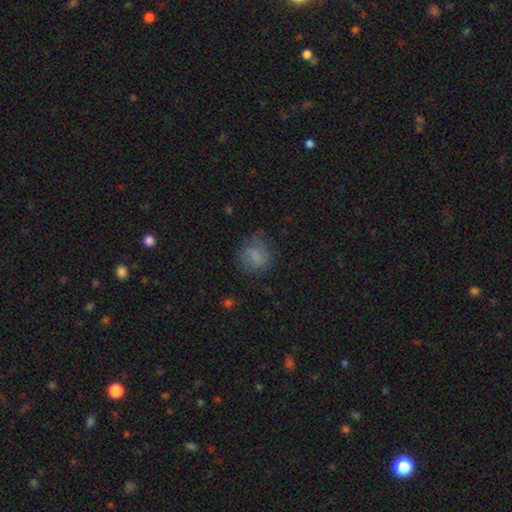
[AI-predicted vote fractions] Overall: smooth (74%). How rounded: round (67%; in between 31%). Merging: none (61%; minor disturbance 24%).